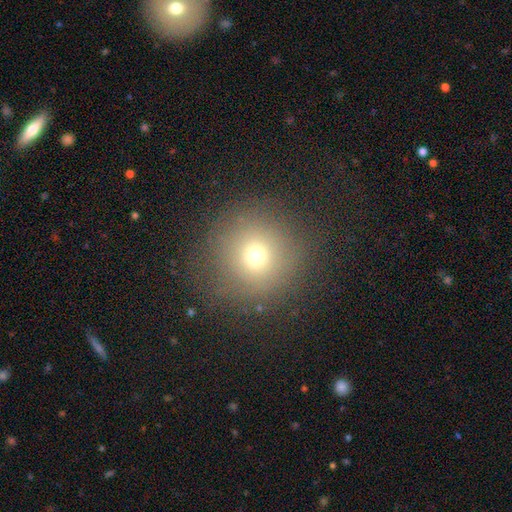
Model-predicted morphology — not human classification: Overall: smooth (69%). How rounded: round (95%). Merging: none (84%).